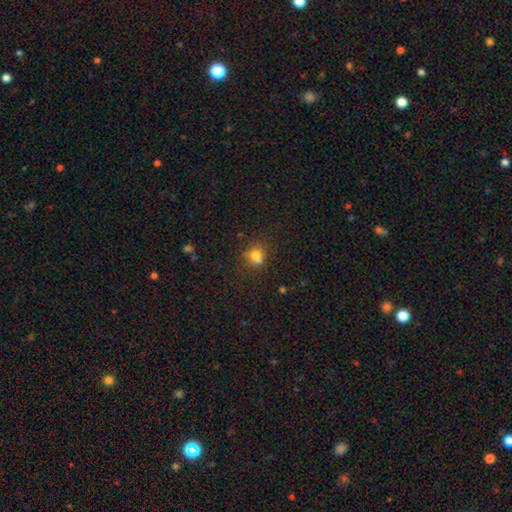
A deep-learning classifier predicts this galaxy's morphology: This is likely a smooth galaxy (72%). How rounded: likely round (69%). Merging: possibly none (49%).